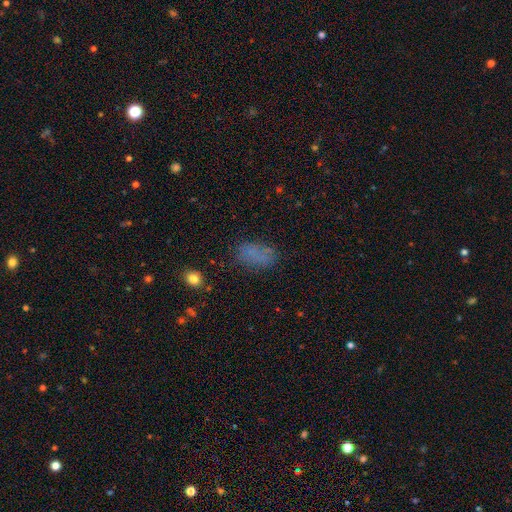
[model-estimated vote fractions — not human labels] Morphology: type=smooth (66%); roundness=in between (87%); merging=none (65%).